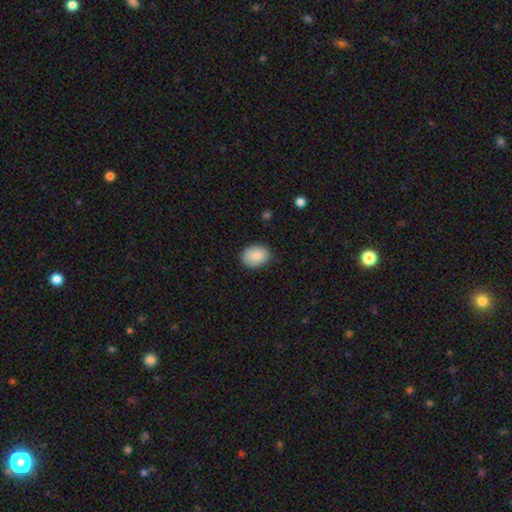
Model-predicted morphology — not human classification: This appears to be a smooth galaxy with no disk features (86%) that is in between round and cigar-shaped (65%). Merging: none (85%).